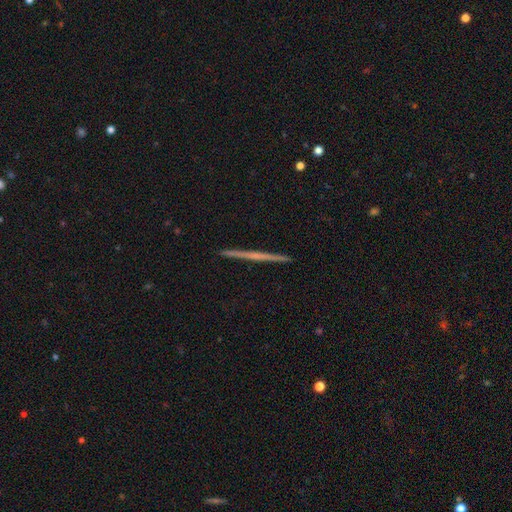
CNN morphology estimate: smooth-or-featured: featured or disk: 67% | smooth: 27% | star or artifact: 6%
  disk-edge-on: yes: 98% | no: 2%
    edge-on-bulge: none: 76% | rounded: 19% | boxy: 5%
  merging: none: 94% | minor disturbance: 4% | major disturbance: 1% | merger: 1%